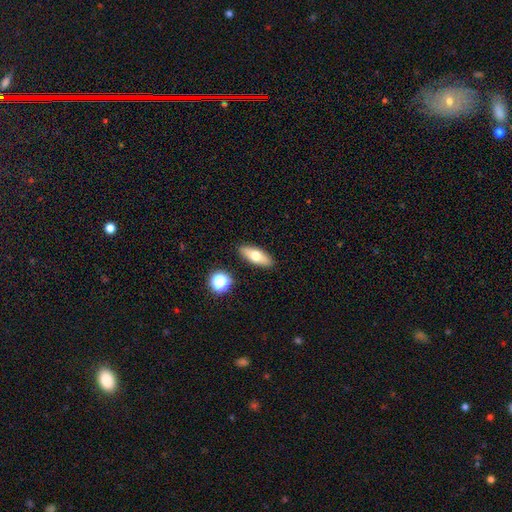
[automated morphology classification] A smooth galaxy with no disk features (65%) that is in between round and cigar-shaped (71%). Merging: none (89%).